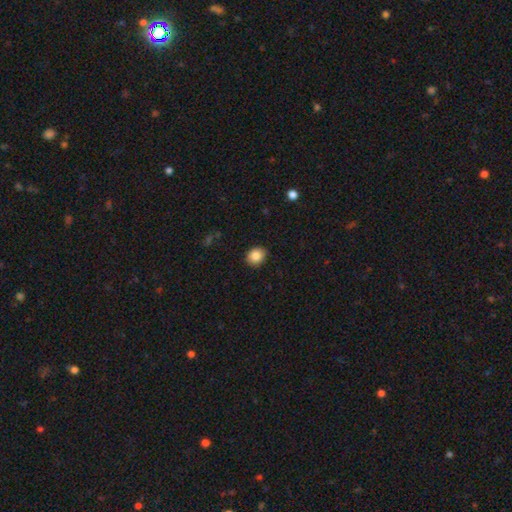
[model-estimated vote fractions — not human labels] This appears to be a smooth galaxy with no disk features (86%) that is round (66%). Merging: none (90%).